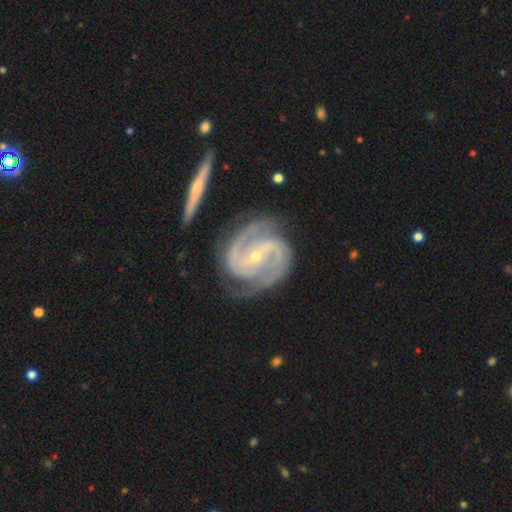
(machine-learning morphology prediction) Overall: featured or disk (93%). Edge-on disk: no (97%). Bar: strong (43%; weak 32%). Spiral arms: yes (99%). Spiral arm count: 2 (81%). Spiral winding: medium (49%; tight 43%). Bulge size: small (75%). Merging: none (75%).